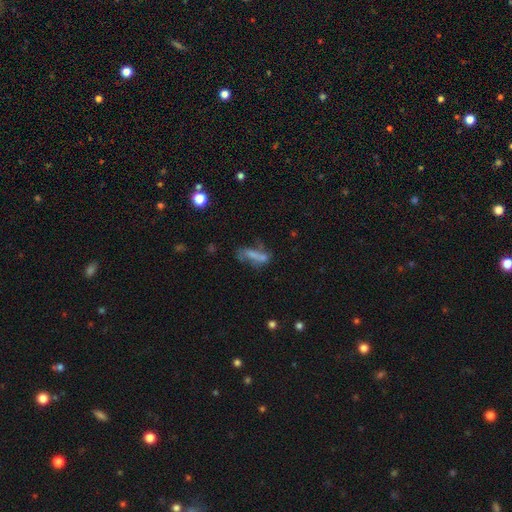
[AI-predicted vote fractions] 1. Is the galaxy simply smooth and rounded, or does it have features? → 53% smooth, 33% featured or disk, 14% star or artifact.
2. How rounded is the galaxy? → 52% cigar-shaped, 44% in between, 4% round.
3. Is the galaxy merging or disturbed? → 35% none, 26% major disturbance, 21% minor disturbance, 17% merger.